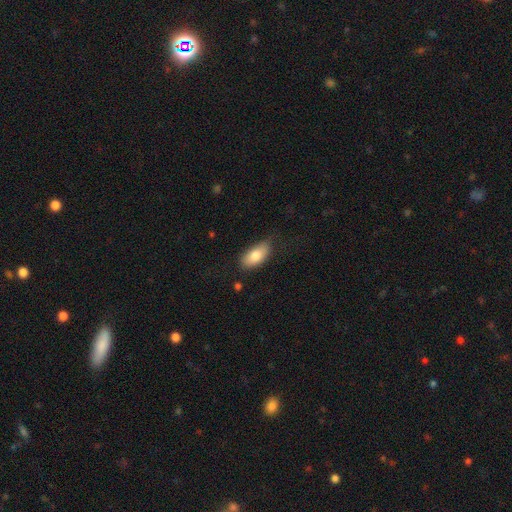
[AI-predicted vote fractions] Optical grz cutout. It shows a smooth galaxy with no disk features (79%) that is in between round and cigar-shaped (91%). Merging: none (74%).